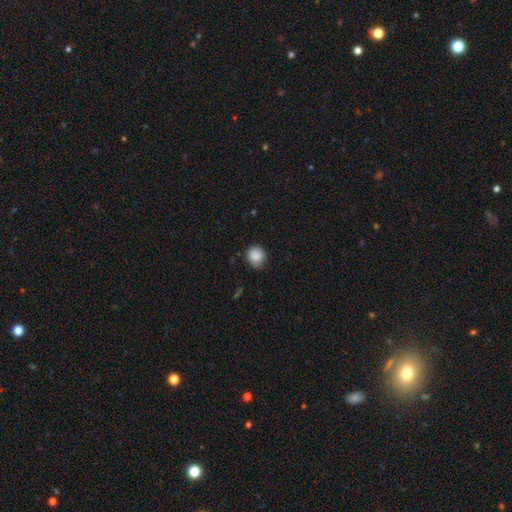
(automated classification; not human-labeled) Smooth or featured: smooth — 88% (star or artifact — 9%)
How rounded: round — 88% (in between — 12%)
Merging: none — 77% (minor disturbance — 18%)